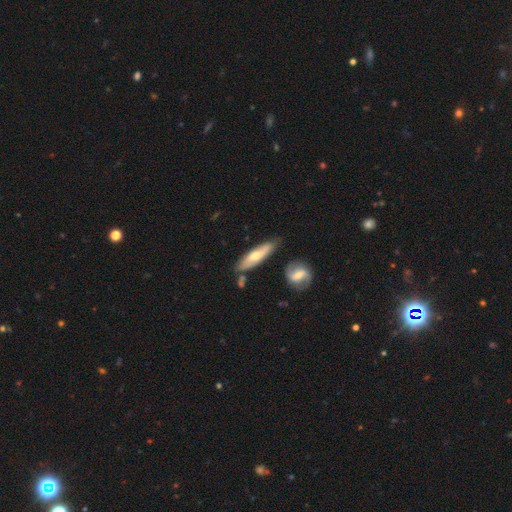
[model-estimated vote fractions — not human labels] Q: Smooth or featured?
A: smooth (55%); runner-up: featured or disk (40%)
Q: How rounded?
A: cigar-shaped (66%); runner-up: in between (32%)
Q: Merging?
A: none (73%); runner-up: minor disturbance (17%)